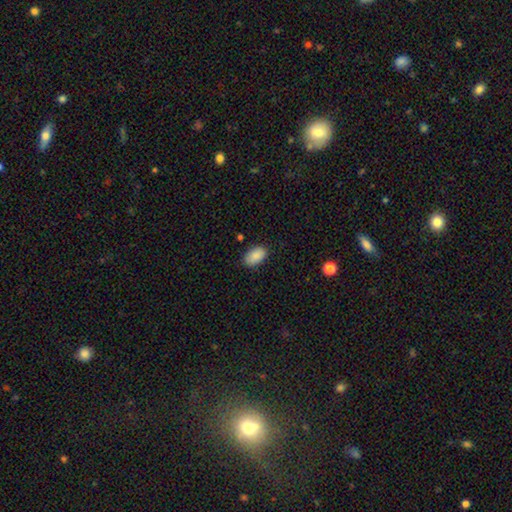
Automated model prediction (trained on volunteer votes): The model was most divided on "merging": none: 84%, minor disturbance: 12%, major disturbance: 2%, merger: 1%. More confident: how rounded — in between (93%); smooth or featured — smooth (89%).